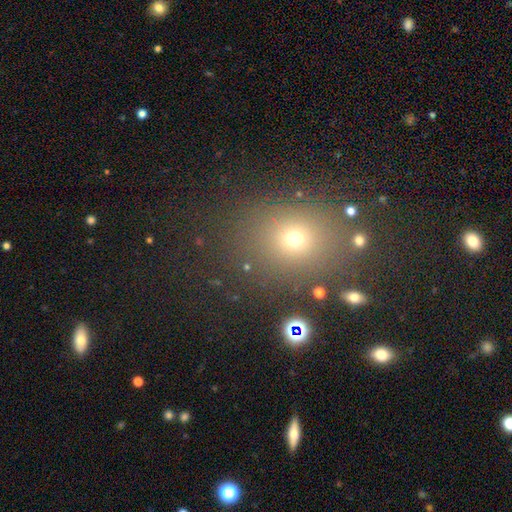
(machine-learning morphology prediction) Smooth or featured? smooth (59%)
How rounded? round (62%)
Merging? none (84%)